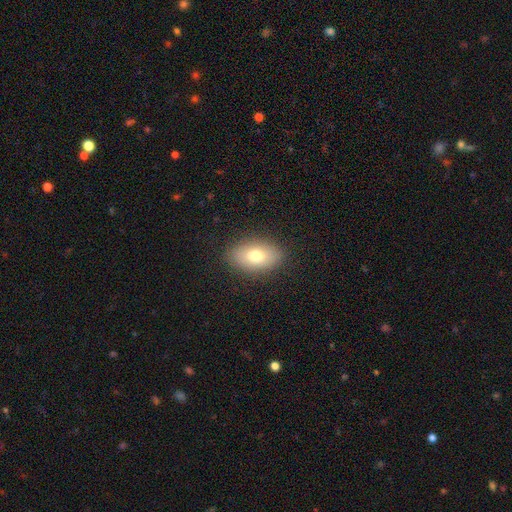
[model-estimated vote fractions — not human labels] Morphology: type=smooth (75%); roundness=in between (89%); merging=none (87%).